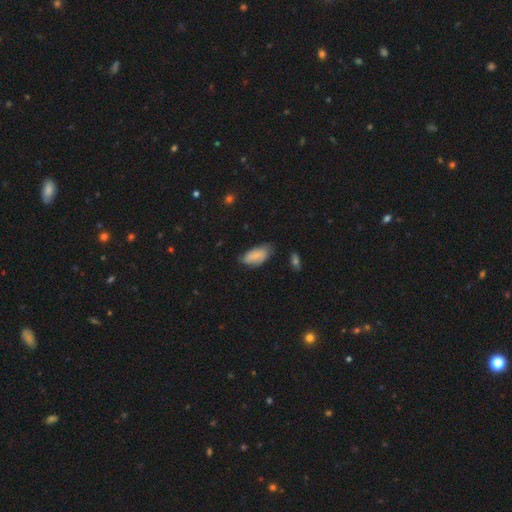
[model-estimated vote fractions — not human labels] Smooth or featured? smooth (78%)
How rounded? in between (92%)
Merging? none (55%)